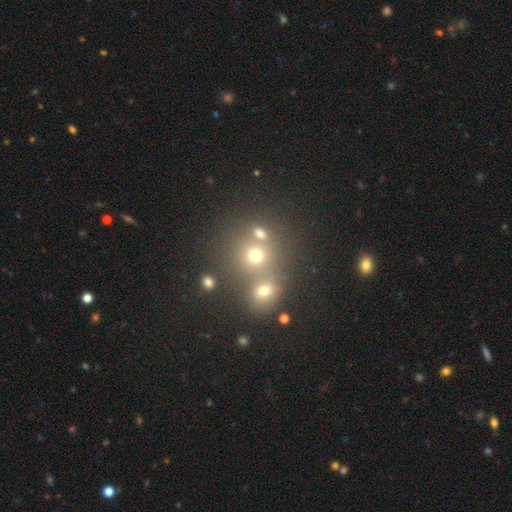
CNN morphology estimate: Smooth or featured? Predicted: smooth (p=0.70). How rounded? Predicted: round (p=0.83). Merging? Predicted: none (p=0.53).